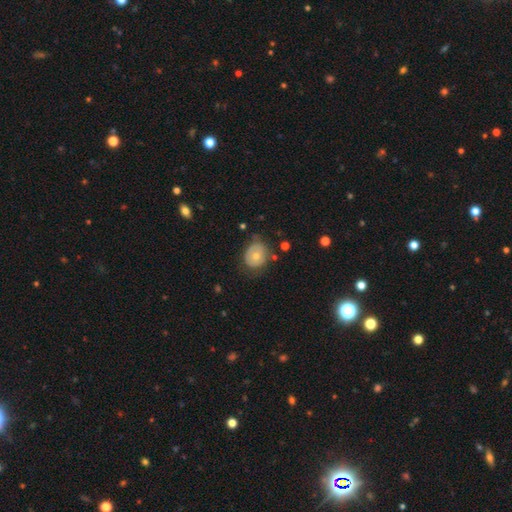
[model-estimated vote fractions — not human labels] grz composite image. It shows a smooth galaxy with no disk features (61%) that is round (63%). Merging: none (60%).